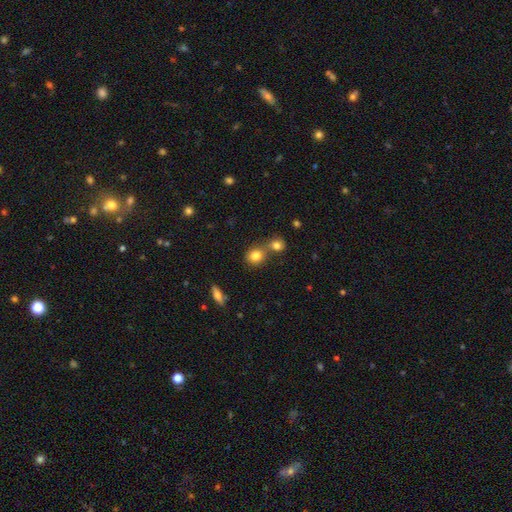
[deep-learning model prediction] Q: Smooth or featured?
A: smooth (81%); runner-up: star or artifact (11%)
Q: How rounded?
A: round (77%); runner-up: in between (22%)
Q: Merging?
A: none (53%); runner-up: merger (37%)